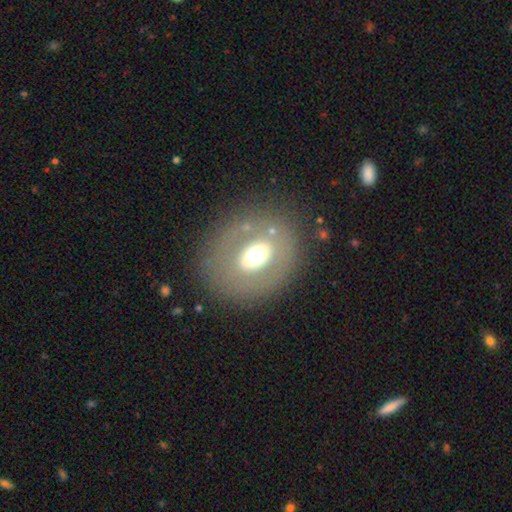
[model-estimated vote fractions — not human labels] The model was most divided on "smooth or featured": smooth: 49%, featured or disk: 38%, star or artifact: 13%. More confident: merging — none (78%).